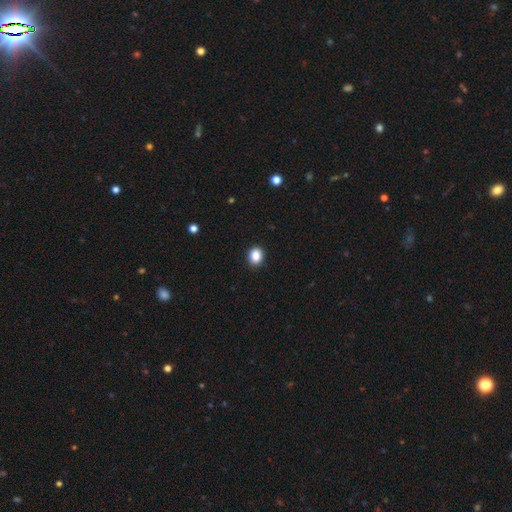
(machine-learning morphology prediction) smooth-or-featured: smooth: 87% | star or artifact: 9% | featured or disk: 3%
  how-rounded: round: 51% | in between: 48% | cigar-shaped: 1%
  merging: none: 90% | minor disturbance: 7% | major disturbance: 2% | merger: 1%